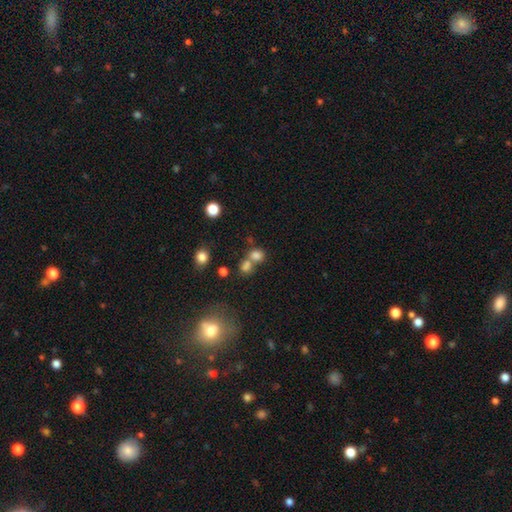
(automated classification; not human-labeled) Smooth or featured?
  - smooth: 76% *
  - star or artifact: 15%
  - featured or disk: 9%
How rounded?
  - round: 67% *
  - in between: 32%
  - cigar-shaped: 1%
Merging?
  - merger: 46% *
  - none: 43%
  - minor disturbance: 8%
  - major disturbance: 4%